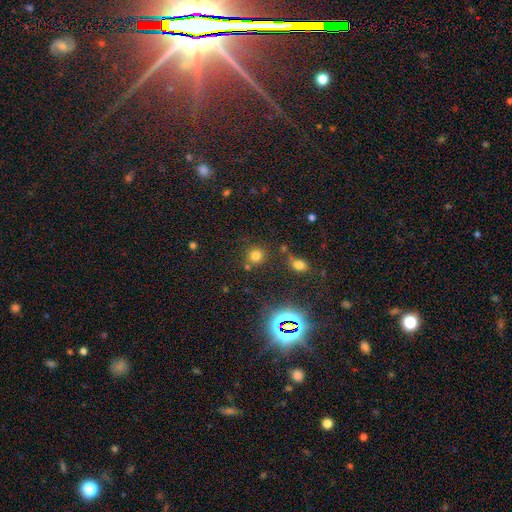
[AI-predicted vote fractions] Smooth or featured? smooth (73%)
How rounded? round (91%)
Merging? none (77%)